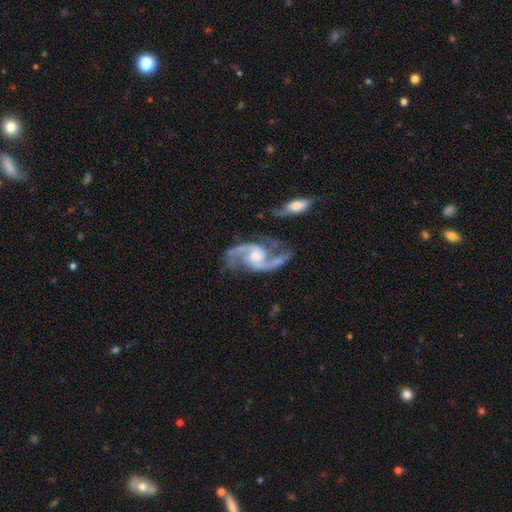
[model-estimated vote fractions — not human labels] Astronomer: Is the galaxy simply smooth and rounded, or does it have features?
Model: featured or disk — 93%.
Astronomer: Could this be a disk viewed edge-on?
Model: no — 98%.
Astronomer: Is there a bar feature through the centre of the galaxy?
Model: no — 50% (runner-up: weak, 39%).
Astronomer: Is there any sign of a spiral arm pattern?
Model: yes — 98%.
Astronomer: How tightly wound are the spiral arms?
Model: medium — 56% (runner-up: loose, 33%).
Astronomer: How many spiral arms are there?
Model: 2 — 93%.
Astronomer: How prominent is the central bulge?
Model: moderate — 52% (runner-up: small, 33%).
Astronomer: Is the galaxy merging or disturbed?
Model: none — 63%.